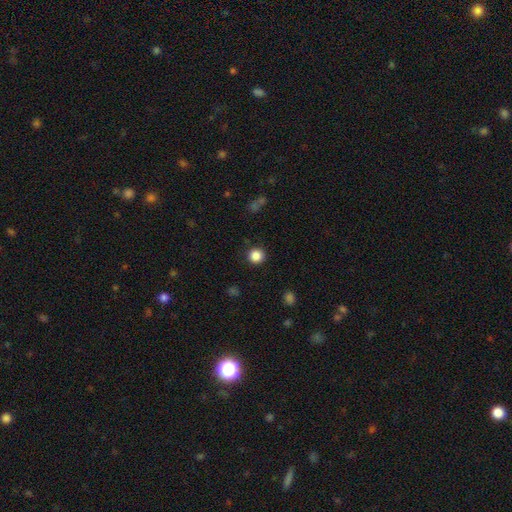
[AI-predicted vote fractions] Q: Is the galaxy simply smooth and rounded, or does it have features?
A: smooth — 86%.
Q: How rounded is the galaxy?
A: round — 94%.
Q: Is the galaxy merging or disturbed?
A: none — 91%.